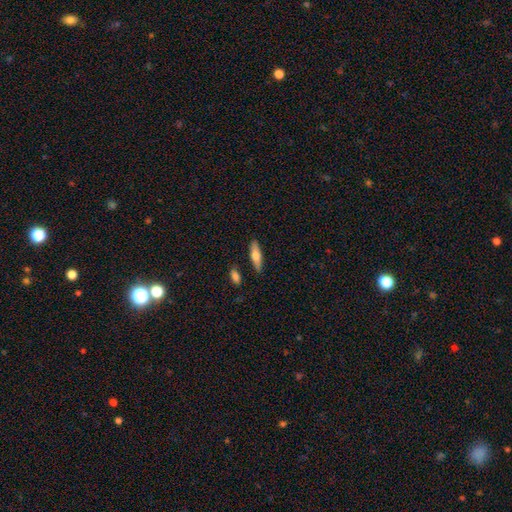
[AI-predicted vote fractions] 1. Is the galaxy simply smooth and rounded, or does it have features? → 60% smooth, 34% featured or disk, 6% star or artifact.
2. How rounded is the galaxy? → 60% cigar-shaped, 38% in between, 2% round.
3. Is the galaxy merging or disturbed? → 85% none, 10% minor disturbance, 4% merger, 2% major disturbance.